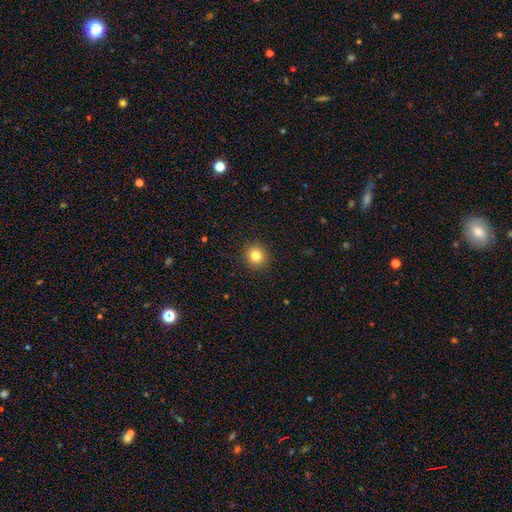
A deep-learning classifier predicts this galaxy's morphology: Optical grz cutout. It shows a smooth galaxy with no disk features (83%) that is round (90%). Merging: none (91%).